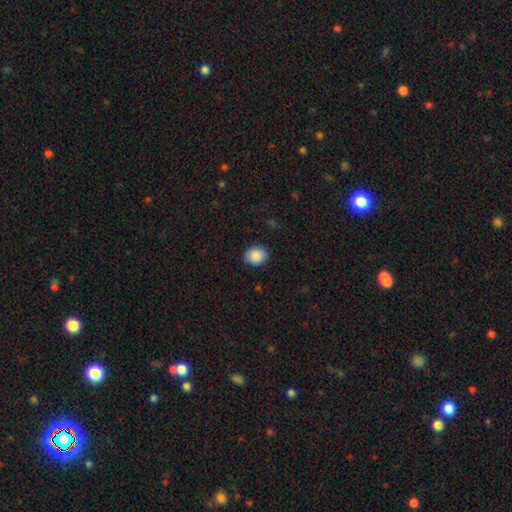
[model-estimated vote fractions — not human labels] This appears to be a smooth galaxy with no disk features (89%) that is round (54%). Merging: none (89%).